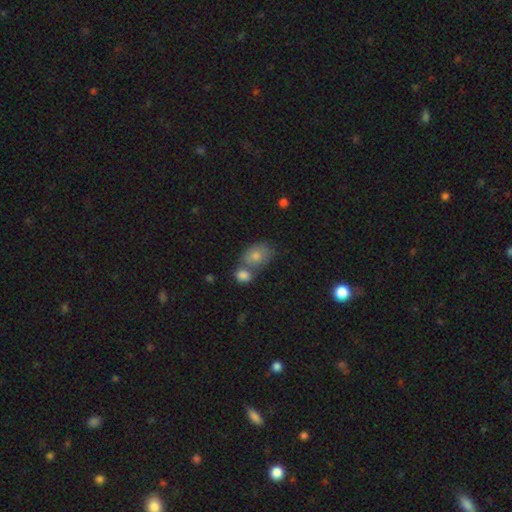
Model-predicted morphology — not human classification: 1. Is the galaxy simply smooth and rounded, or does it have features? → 76% smooth, 13% featured or disk, 10% star or artifact.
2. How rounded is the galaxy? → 74% in between, 25% round, 1% cigar-shaped.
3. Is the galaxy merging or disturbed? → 42% merger (tied), 42% none (tied), 12% minor disturbance, 4% major disturbance.